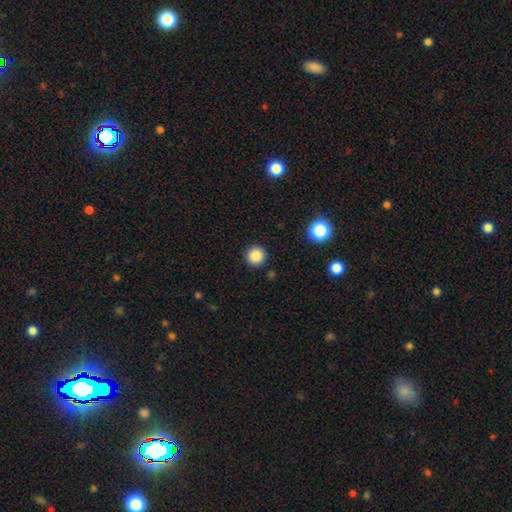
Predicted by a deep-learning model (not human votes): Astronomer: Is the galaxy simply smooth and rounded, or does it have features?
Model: smooth — 86%.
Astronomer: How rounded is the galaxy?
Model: round — 96%.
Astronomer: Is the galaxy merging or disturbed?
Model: none — 91%.